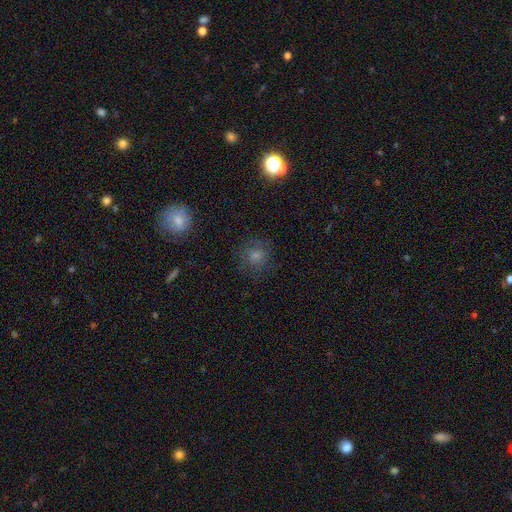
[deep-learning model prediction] smooth-or-featured: smooth: 67% | featured or disk: 18% | star or artifact: 15%
  how-rounded: round: 81% | in between: 18% | cigar-shaped: 1%
  merging: none: 72% | minor disturbance: 17% | major disturbance: 9% | merger: 2%